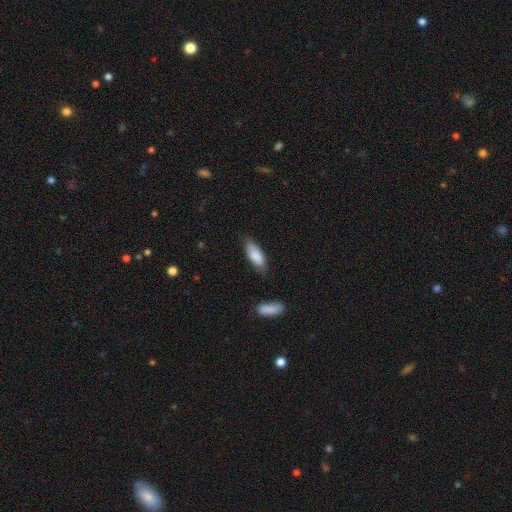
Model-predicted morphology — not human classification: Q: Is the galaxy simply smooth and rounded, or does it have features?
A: smooth — 85%.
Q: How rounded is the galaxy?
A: in between — 67%.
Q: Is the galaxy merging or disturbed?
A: none — 68%.